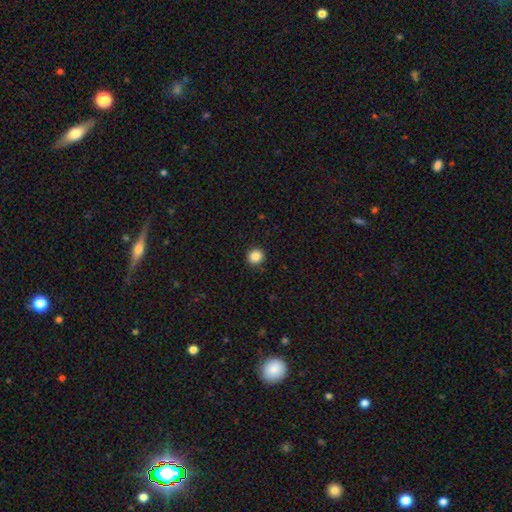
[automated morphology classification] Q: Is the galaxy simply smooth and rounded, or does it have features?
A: smooth — 86%.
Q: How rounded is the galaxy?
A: round — 94%.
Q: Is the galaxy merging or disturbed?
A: none — 93%.